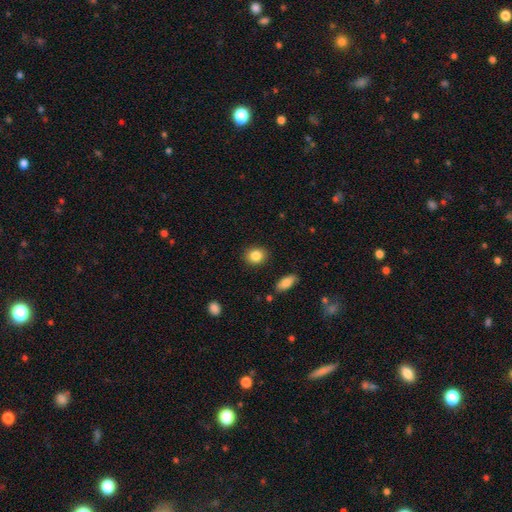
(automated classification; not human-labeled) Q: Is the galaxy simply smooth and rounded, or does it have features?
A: smooth — 86%.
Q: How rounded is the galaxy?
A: round — 64%.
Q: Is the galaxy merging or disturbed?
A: none — 89%.